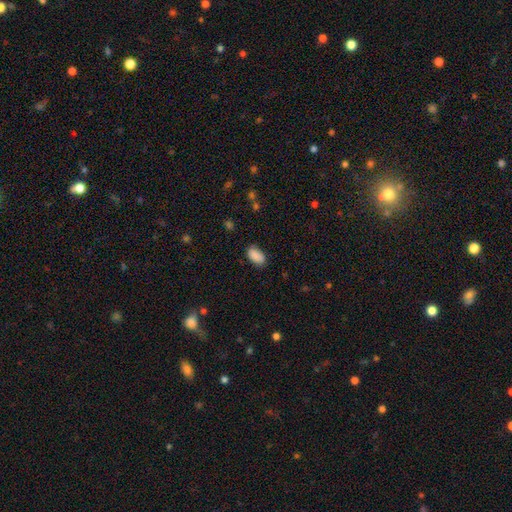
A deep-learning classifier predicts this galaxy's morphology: Smooth or featured? smooth (89%)
How rounded? in between (94%)
Merging? none (82%)